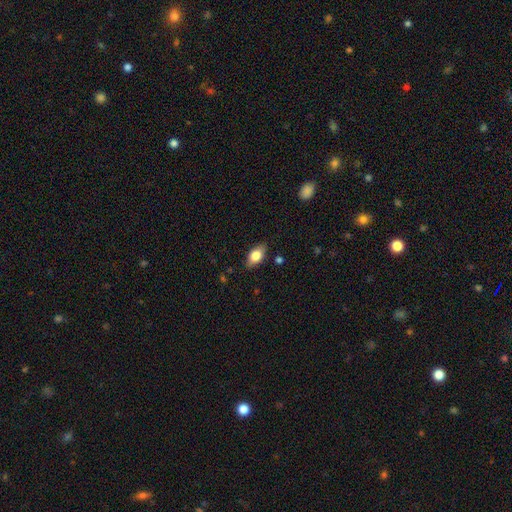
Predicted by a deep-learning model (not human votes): A smooth galaxy with no disk features (79%) that is in between round and cigar-shaped (90%). Merging: none (83%).